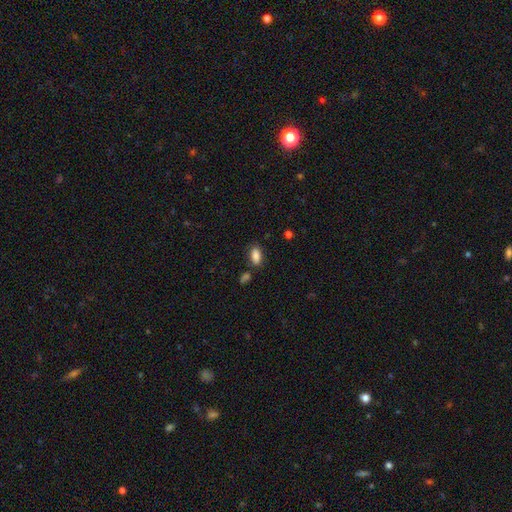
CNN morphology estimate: smooth 85%, star or artifact 9%, featured or disk 6%. Down the decision tree: how rounded — in between (89%); merging — none (77%).